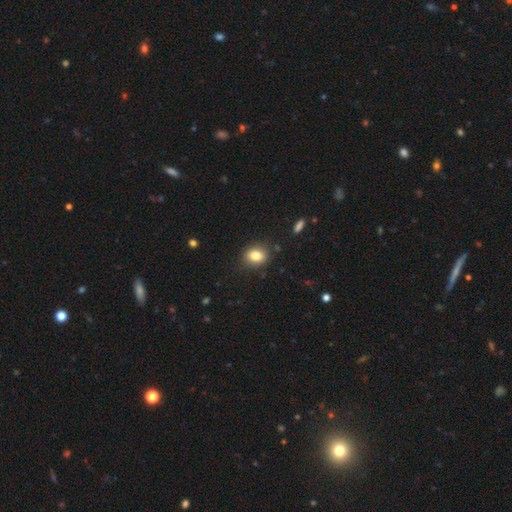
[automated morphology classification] This appears to be a smooth galaxy with no disk features (83%) that is in between round and cigar-shaped (55%). Merging: none (84%).